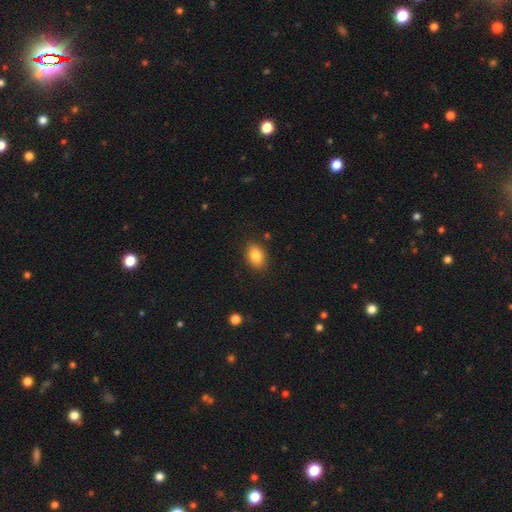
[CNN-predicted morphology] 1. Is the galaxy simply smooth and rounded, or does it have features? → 85% smooth, 8% star or artifact, 7% featured or disk.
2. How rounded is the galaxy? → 81% in between, 17% round, 1% cigar-shaped.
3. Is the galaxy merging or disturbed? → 86% none, 10% minor disturbance, 3% major disturbance, 2% merger.